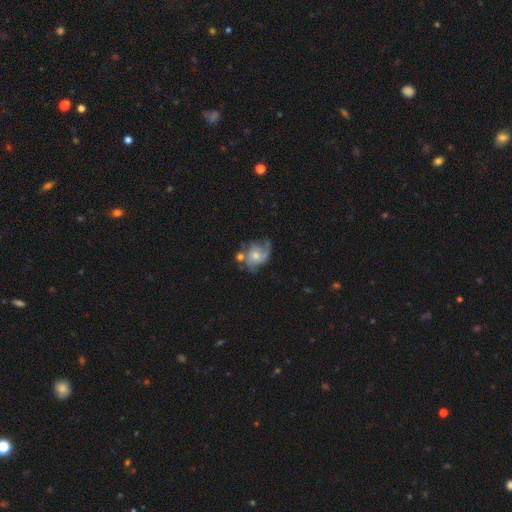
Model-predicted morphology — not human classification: Smooth or featured: featured or disk — 77% (smooth — 16%)
Edge-on disk: no — 98% (yes — 2%)
Bar: no — 66% (weak — 30%)
Spiral arms: yes — 93% (no — 7%)
Spiral winding: medium — 48% (loose — 30%)
Spiral arm count: 2 — 53% (3 — 19%)
Bulge size: moderate — 53% (small — 38%)
Merging: none — 48% (minor disturbance — 21%)